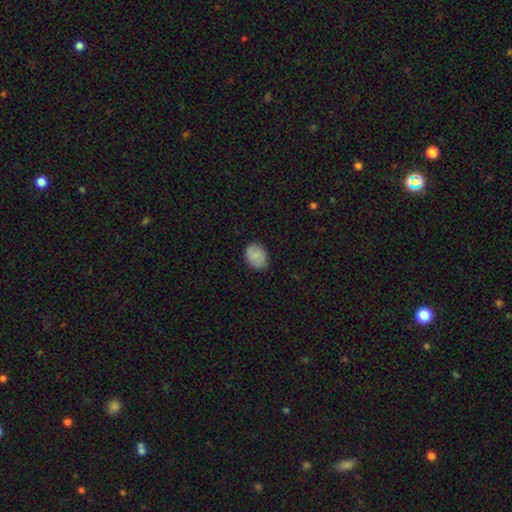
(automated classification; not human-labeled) A smooth galaxy with no disk features (80%) that is in between round and cigar-shaped (60%). Merging: none (82%).